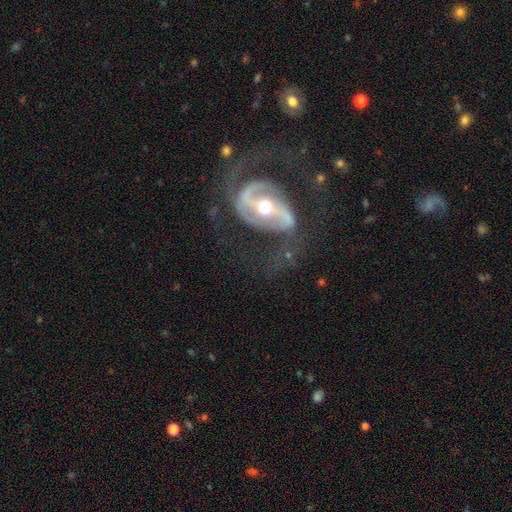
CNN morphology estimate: Smooth or featured?
  - featured or disk: 87% *
  - smooth: 7%
  - star or artifact: 5%
Edge-on disk?
  - no: 96% *
  - yes: 4%
Bar?
  - strong: 44% *
  - weak: 30%
  - no: 26%
Spiral arms?
  - yes: 88% *
  - no: 12%
Spiral winding?
  - medium: 51% *
  - loose: 26%
  - tight: 23%
Spiral arm count?
  - 2: 88% *
  - can't tell: 5%
  - 1: 3%
  - 3: 2%
  - 4: 1%
  - more than 4: 1%
Bulge size?
  - moderate: 66% *
  - small: 25%
  - large: 6%
  - dominant: 1%
  - none: 1%
Merging?
  - none: 64% *
  - major disturbance: 20%
  - minor disturbance: 14%
  - merger: 2%